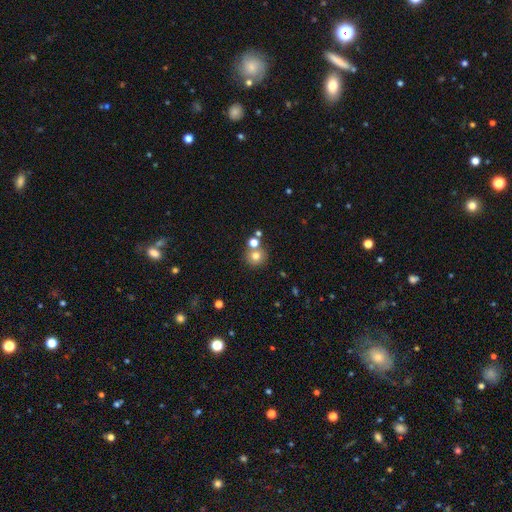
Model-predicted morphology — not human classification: Smooth or featured?
  - smooth: 74% *
  - star or artifact: 14%
  - featured or disk: 11%
How rounded?
  - round: 90% *
  - in between: 9%
  - cigar-shaped: 1%
Merging?
  - none: 67% *
  - merger: 22%
  - minor disturbance: 8%
  - major disturbance: 3%